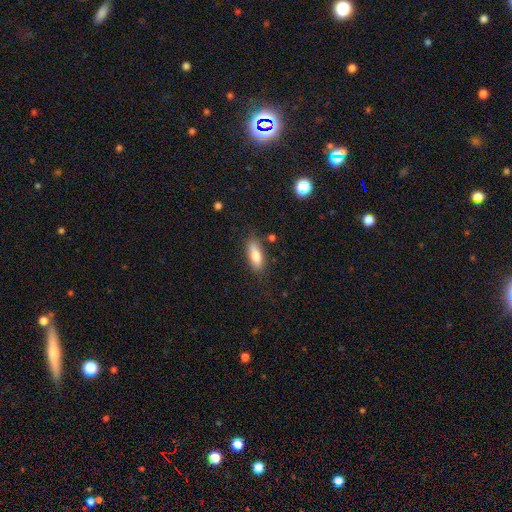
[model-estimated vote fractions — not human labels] Overall: smooth (80%). How rounded: in between (69%; cigar-shaped 29%). Merging: none (79%).